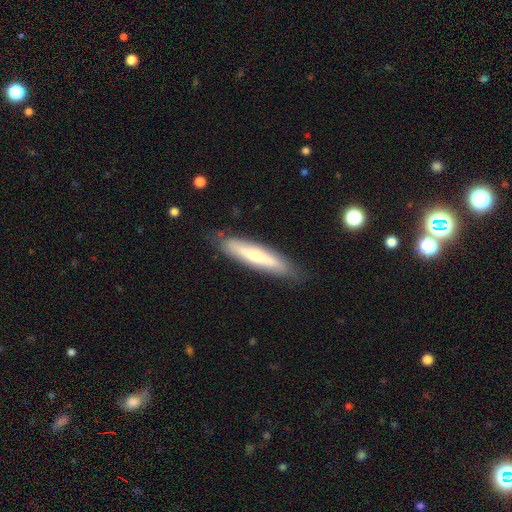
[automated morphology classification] This appears to be a smooth galaxy with no disk features (48%). Merging: none (85%).